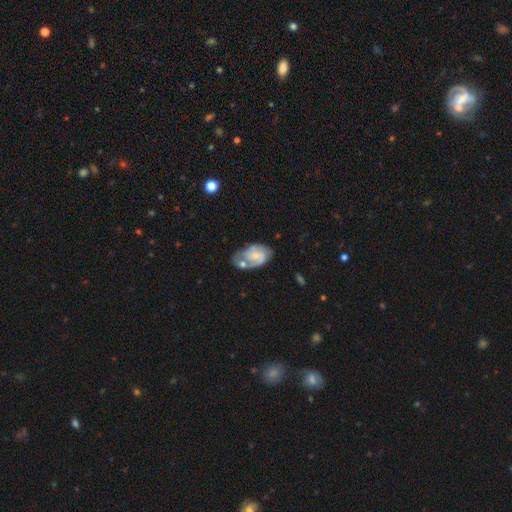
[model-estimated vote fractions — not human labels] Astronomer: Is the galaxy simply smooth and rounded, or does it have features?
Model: featured or disk — 64%.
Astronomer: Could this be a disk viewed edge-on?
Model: no — 96%.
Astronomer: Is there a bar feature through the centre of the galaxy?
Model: no — 58% (runner-up: weak, 36%).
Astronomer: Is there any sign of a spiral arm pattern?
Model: yes — 84%.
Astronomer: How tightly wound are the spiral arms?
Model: medium — 43% (runner-up: tight, 37%).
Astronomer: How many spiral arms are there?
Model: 2 — 58%.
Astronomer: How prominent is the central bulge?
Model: small — 53%.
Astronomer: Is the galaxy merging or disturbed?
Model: none — 44% (runner-up: minor disturbance, 25%).